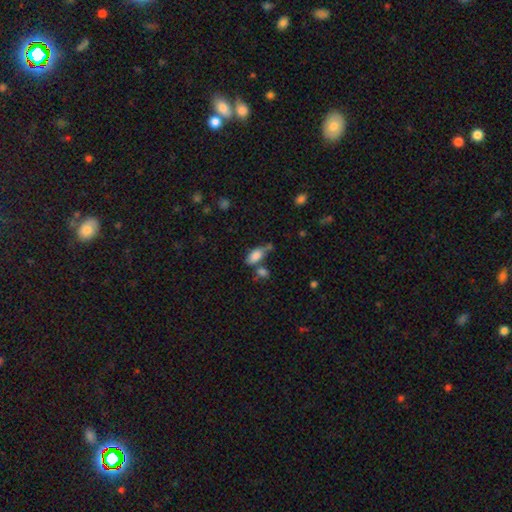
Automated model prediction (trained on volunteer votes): Q: Smooth or featured?
A: smooth (82%); runner-up: featured or disk (9%)
Q: How rounded?
A: in between (87%); runner-up: cigar-shaped (10%)
Q: Merging?
A: none (45%); runner-up: merger (24%)